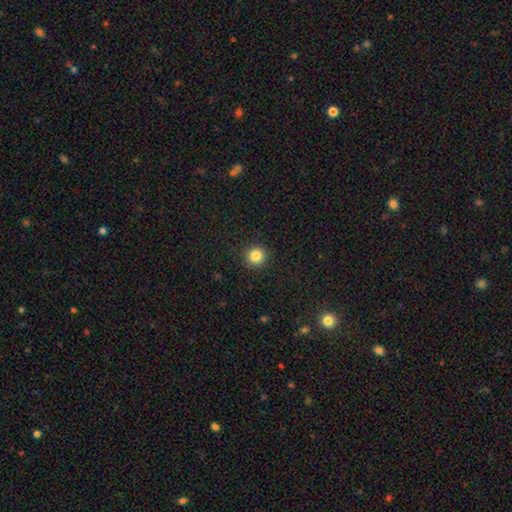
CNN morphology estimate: smooth 85%, star or artifact 11%, featured or disk 4%. Down the decision tree: how rounded — round (95%); merging — none (92%).